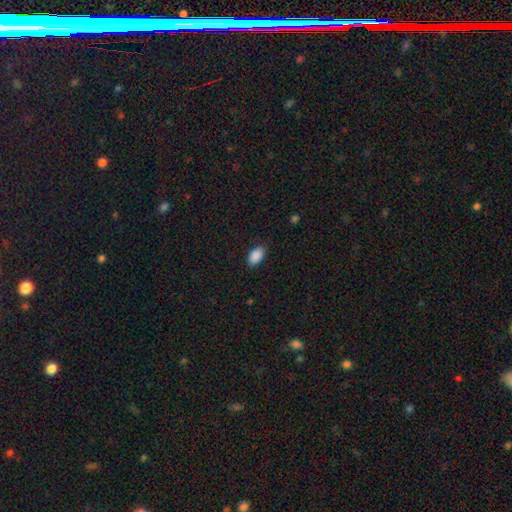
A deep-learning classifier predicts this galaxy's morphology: Overall: smooth (90%). How rounded: in between (93%). Merging: none (85%).